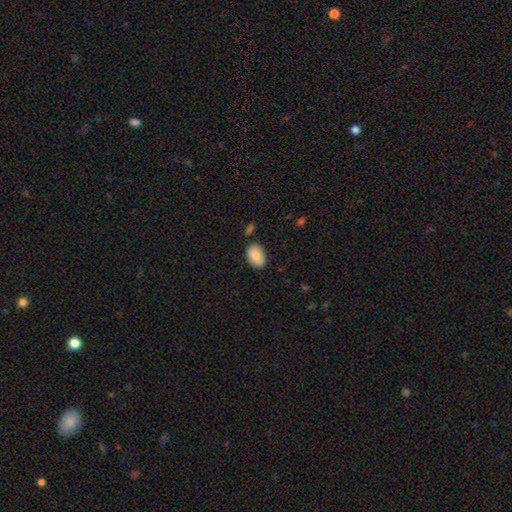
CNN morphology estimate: Smooth or featured? Predicted: smooth (p=0.83). How rounded? Predicted: in between (p=0.88). Merging? Predicted: none (p=0.79).